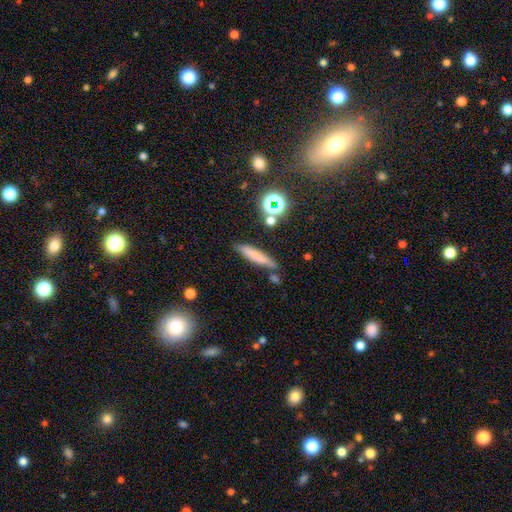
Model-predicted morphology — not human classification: Smooth or featured?
  - smooth: 68% *
  - featured or disk: 19%
  - star or artifact: 13%
How rounded?
  - cigar-shaped: 86% *
  - in between: 11%
  - round: 3%
Merging?
  - none: 76% *
  - minor disturbance: 13%
  - merger: 6%
  - major disturbance: 4%